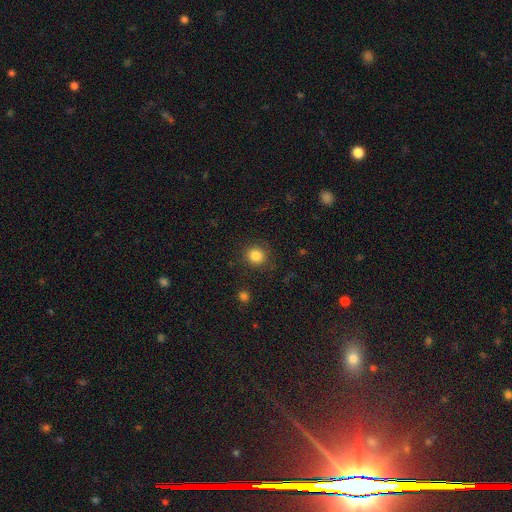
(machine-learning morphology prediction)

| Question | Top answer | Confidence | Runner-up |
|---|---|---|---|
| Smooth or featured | smooth | 84% | star or artifact (11%) |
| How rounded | round | 89% | in between (10%) |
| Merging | none | 87% | minor disturbance (8%) |